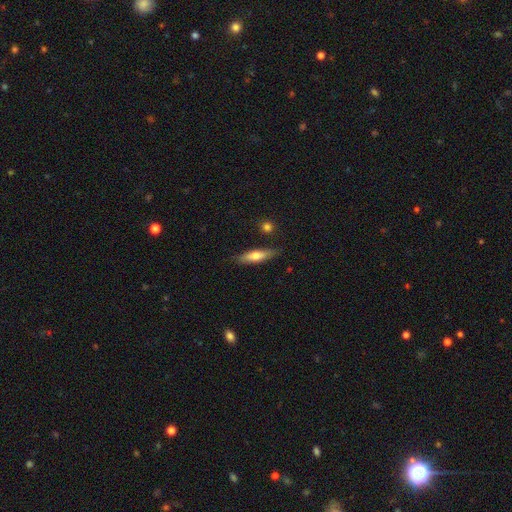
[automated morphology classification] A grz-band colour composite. It shows a smooth galaxy with no disk features (58%) that is cigar-shaped (68%). Merging: none (84%).